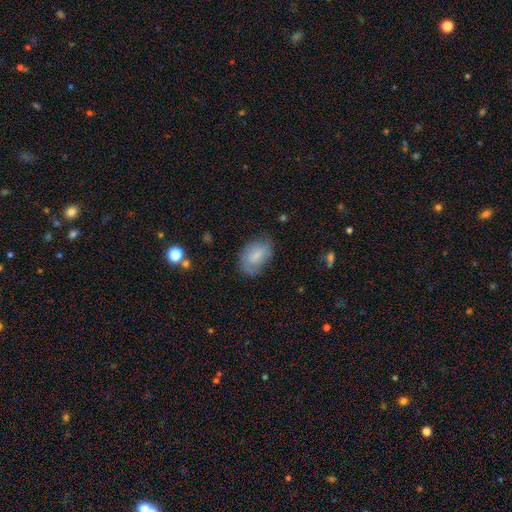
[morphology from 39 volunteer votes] Smooth or featured? smooth (62%)
How rounded? in between (96%)
Merging? none (69%)